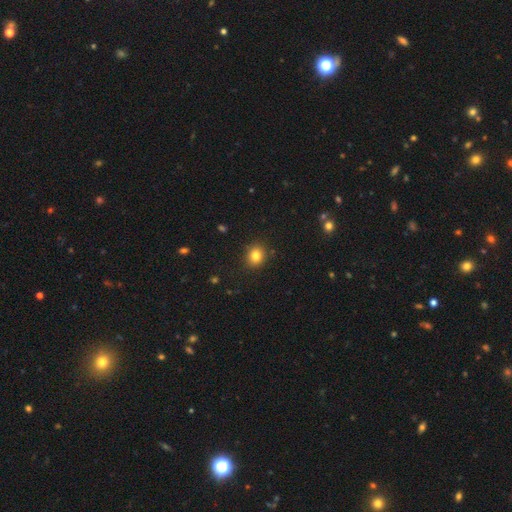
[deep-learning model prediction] Smooth or featured?
  - smooth: 82% *
  - star or artifact: 12%
  - featured or disk: 6%
How rounded?
  - round: 75% *
  - in between: 24%
  - cigar-shaped: 1%
Merging?
  - none: 89% *
  - minor disturbance: 8%
  - major disturbance: 2%
  - merger: 1%